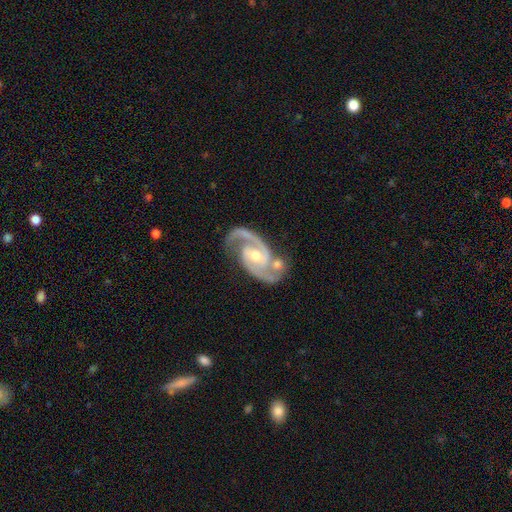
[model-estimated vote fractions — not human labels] Smooth or featured?
  - featured or disk: 93% *
  - star or artifact: 4%
  - smooth: 3%
Edge-on disk?
  - no: 98% *
  - yes: 2%
Bar?
  - no: 43% *
  - weak: 40%
  - strong: 16%
Spiral arms?
  - yes: 98% *
  - no: 2%
Spiral winding?
  - medium: 59% *
  - tight: 29%
  - loose: 12%
Spiral arm count?
  - 2: 92% *
  - 3: 2%
  - can't tell: 2%
  - 1: 2%
  - 4: 1%
  - more than 4: 1%
Bulge size?
  - moderate: 64% *
  - small: 31%
  - large: 3%
  - none: 1%
  - dominant: 1%
Merging?
  - none: 63% *
  - minor disturbance: 16%
  - merger: 14%
  - major disturbance: 6%